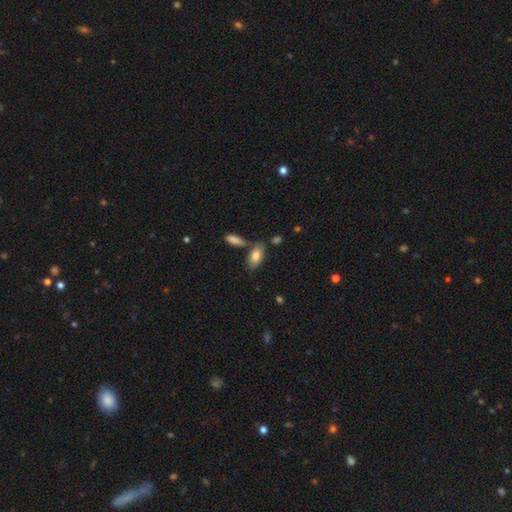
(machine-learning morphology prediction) smooth 80%, featured or disk 13%, star or artifact 6%. Down the decision tree: how rounded — in between (90%); merging — none (67%).